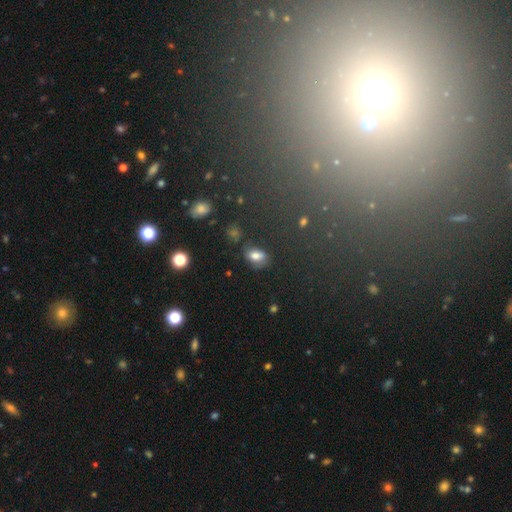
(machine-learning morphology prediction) Smooth or featured?
  - smooth: 74% *
  - featured or disk: 14%
  - star or artifact: 12%
How rounded?
  - in between: 83% *
  - round: 15%
  - cigar-shaped: 2%
Merging?
  - none: 64% *
  - minor disturbance: 20%
  - merger: 8%
  - major disturbance: 8%